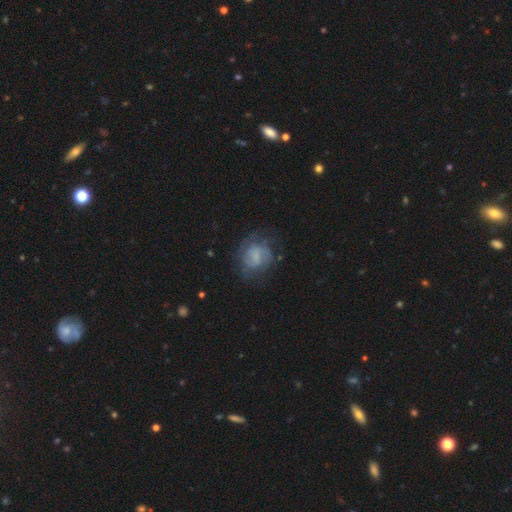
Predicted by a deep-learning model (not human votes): A featured or disk galaxy (54%) with no bar (51%), spiral arms (68%) and no central bulge (41%). Merging: none (58%).